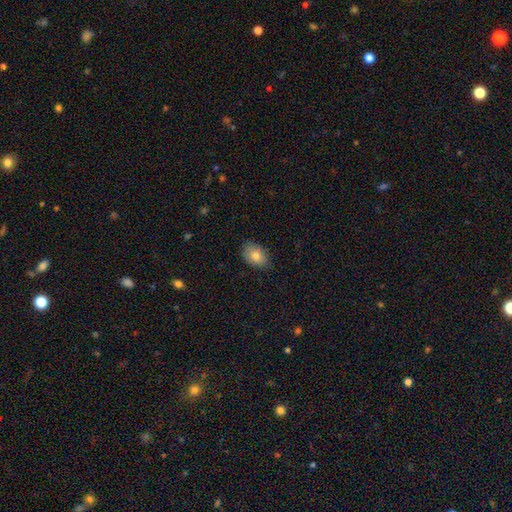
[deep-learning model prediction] Smooth or featured? smooth (81%)
How rounded? in between (84%)
Merging? none (81%)